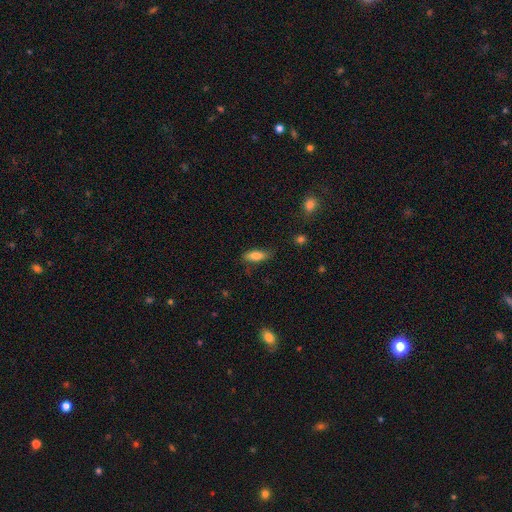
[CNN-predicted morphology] The model was most divided on "how rounded": in between: 72%, cigar-shaped: 25%, round: 3%. More confident: smooth or featured — smooth (81%); merging — none (76%).